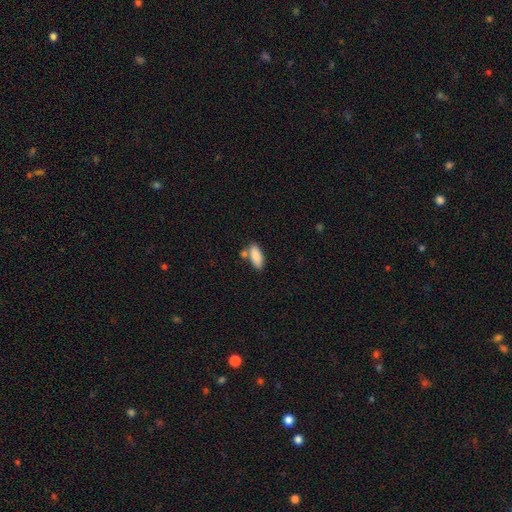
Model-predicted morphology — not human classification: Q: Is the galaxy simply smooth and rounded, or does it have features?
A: smooth — 88%.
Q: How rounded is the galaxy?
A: in between — 81%.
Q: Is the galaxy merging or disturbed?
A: none — 62%.